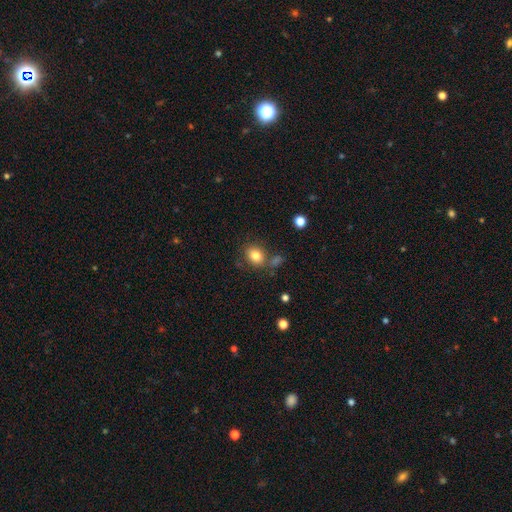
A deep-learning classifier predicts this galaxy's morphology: This is clearly a smooth galaxy (81%). How rounded: possibly round (54%). Merging: likely none (71%).